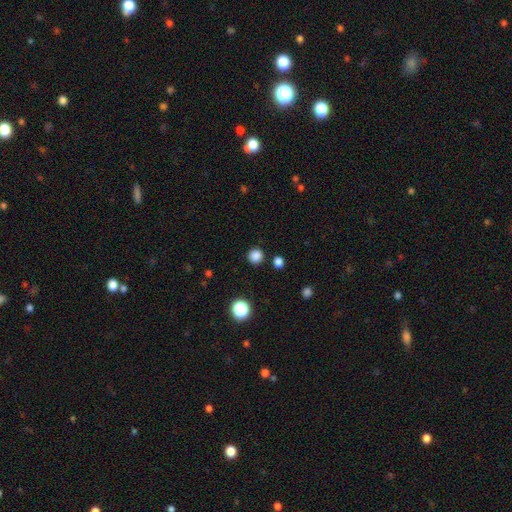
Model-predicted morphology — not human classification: This is clearly a smooth galaxy (84%). How rounded: clearly round (94%). Merging: clearly none (89%).